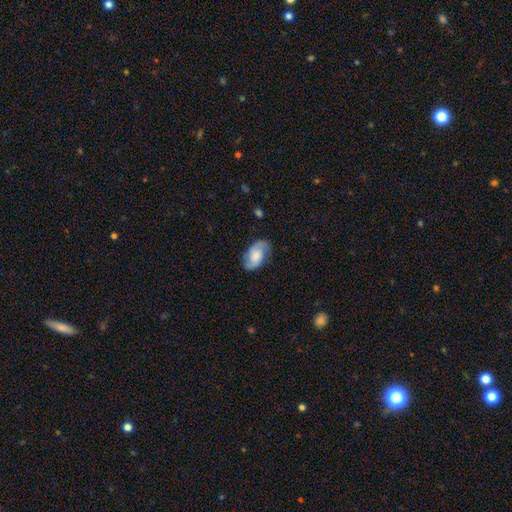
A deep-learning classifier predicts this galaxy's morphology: featured or disk 59%, smooth 35%, star or artifact 7%. Down the decision tree: edge-on disk — no (96%); bar — no (62%); spiral arms — yes (91%); spiral arm count — 2 (87%); spiral winding — medium (45%); bulge size — moderate (41%); merging — none (79%).